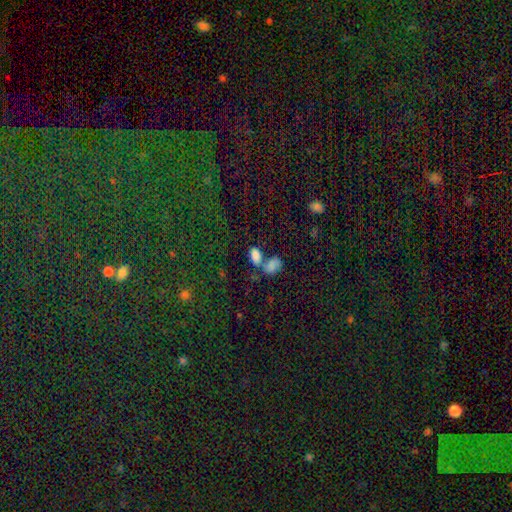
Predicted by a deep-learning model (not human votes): Smooth or featured? smooth (80%)
How rounded? in between (91%)
Merging? merger (48%)